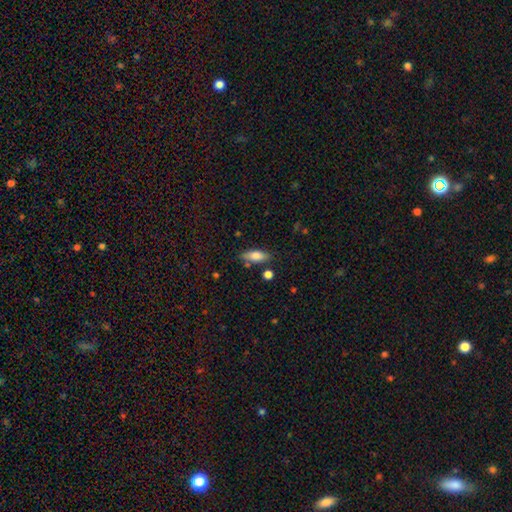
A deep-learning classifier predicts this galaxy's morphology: Q: Smooth or featured?
A: smooth (78%); runner-up: featured or disk (15%)
Q: How rounded?
A: in between (71%); runner-up: cigar-shaped (26%)
Q: Merging?
A: none (75%); runner-up: minor disturbance (15%)